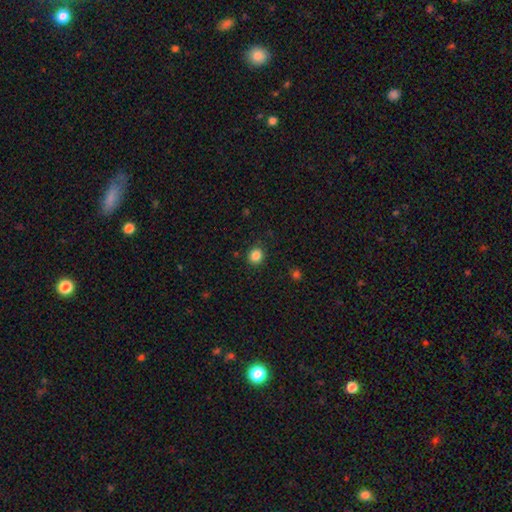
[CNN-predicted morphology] Smooth or featured: smooth — 86% (star or artifact — 11%)
How rounded: round — 79% (in between — 20%)
Merging: none — 88% (minor disturbance — 8%)